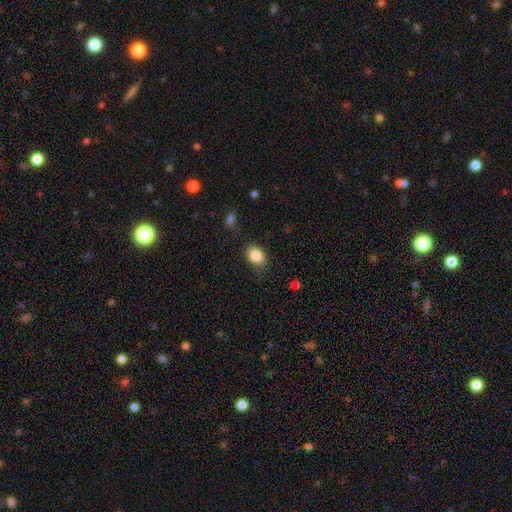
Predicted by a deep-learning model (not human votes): Morphology: type=smooth (86%); roundness=in between (74%); merging=none (73%).